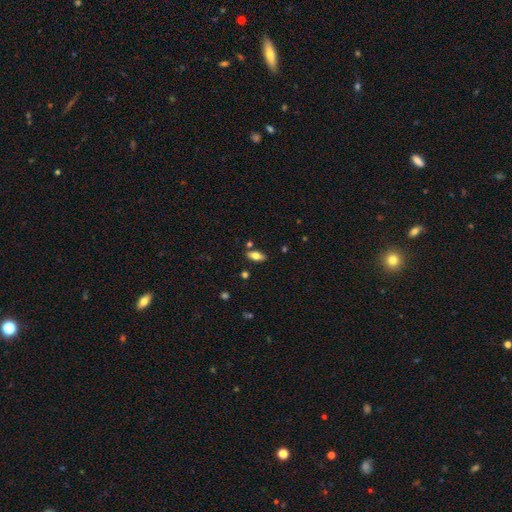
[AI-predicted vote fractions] Smooth or featured? Predicted: smooth (p=0.72). How rounded? Predicted: in between (p=0.85). Merging? Predicted: none (p=0.81).